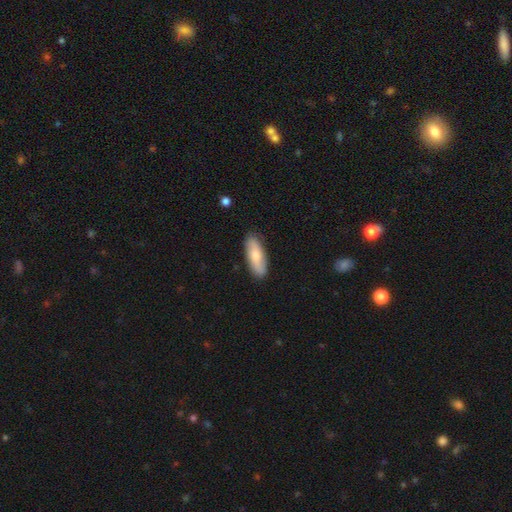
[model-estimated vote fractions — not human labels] This appears to be a smooth galaxy with no disk features (66%) that is in between round and cigar-shaped (65%). Merging: none (86%).